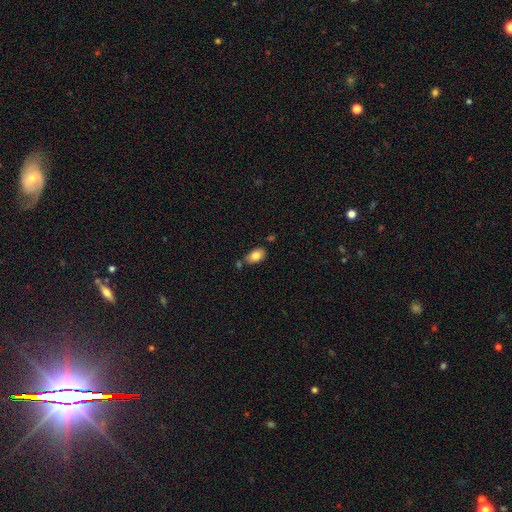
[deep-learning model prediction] smooth 81%, featured or disk 12%, star or artifact 8%. Down the decision tree: how rounded — in between (88%); merging — none (68%).